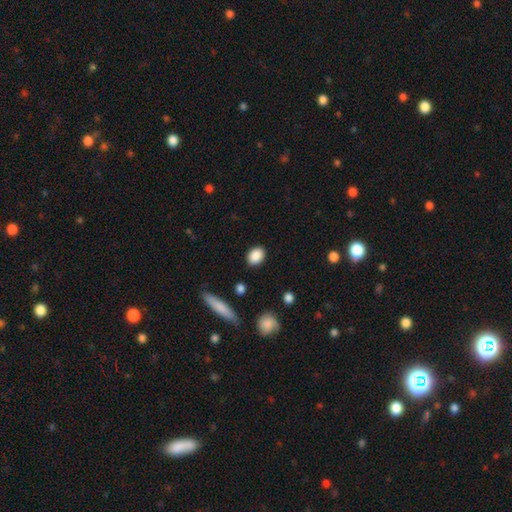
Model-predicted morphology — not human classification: Q: Smooth or featured?
A: smooth (88%); runner-up: star or artifact (8%)
Q: How rounded?
A: in between (72%); runner-up: round (26%)
Q: Merging?
A: none (87%); runner-up: minor disturbance (10%)